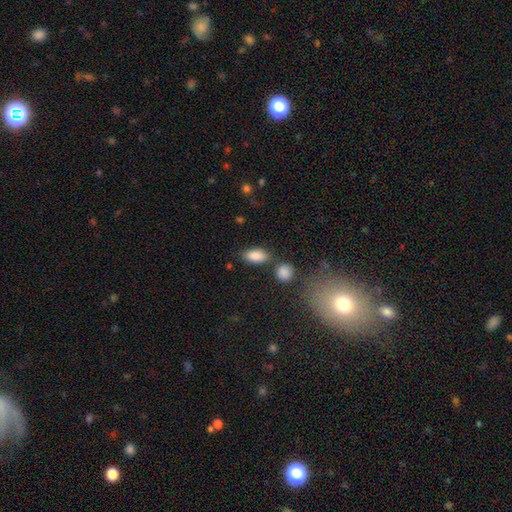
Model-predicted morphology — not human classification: Overall: smooth (87%). How rounded: in between (90%). Merging: none (71%).